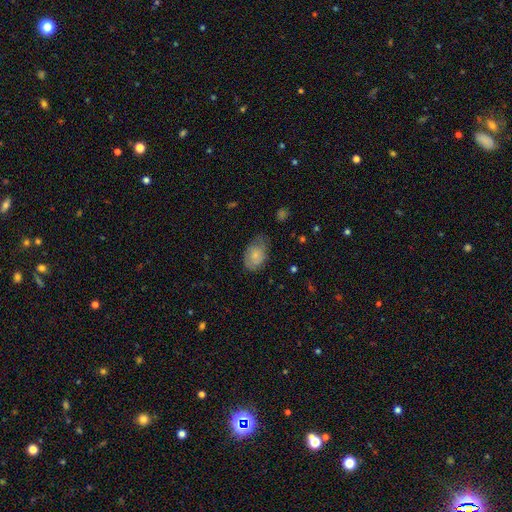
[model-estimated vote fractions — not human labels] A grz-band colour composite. It shows a smooth galaxy with no disk features (72%) that is in between round and cigar-shaped (83%). Merging: none (54%).